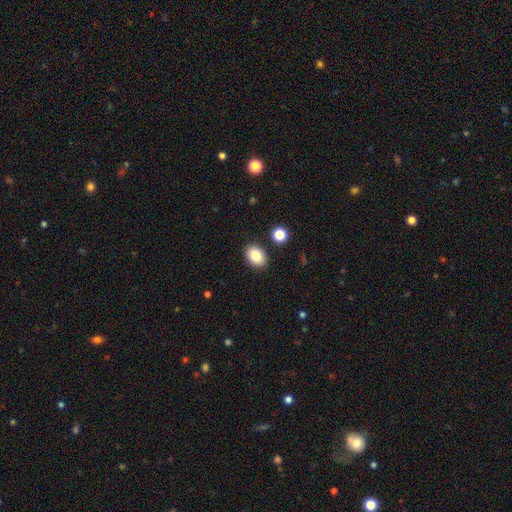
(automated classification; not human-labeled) Overall: smooth (86%). How rounded: in between (70%). Merging: none (87%).